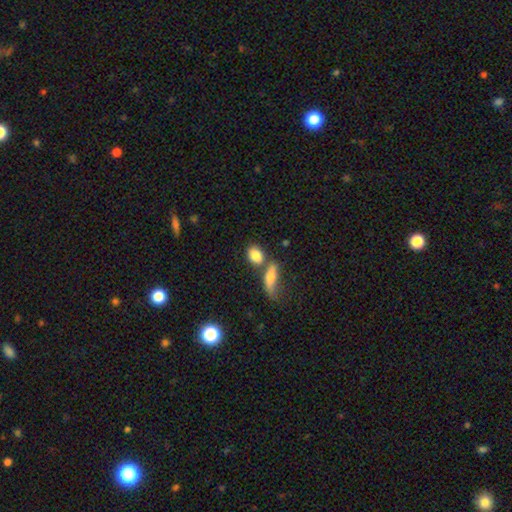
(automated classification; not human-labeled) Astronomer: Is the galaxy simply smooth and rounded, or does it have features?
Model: smooth — 81%.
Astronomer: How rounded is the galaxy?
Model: in between — 67%.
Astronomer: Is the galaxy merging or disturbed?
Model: none — 48% (runner-up: merger, 36%).